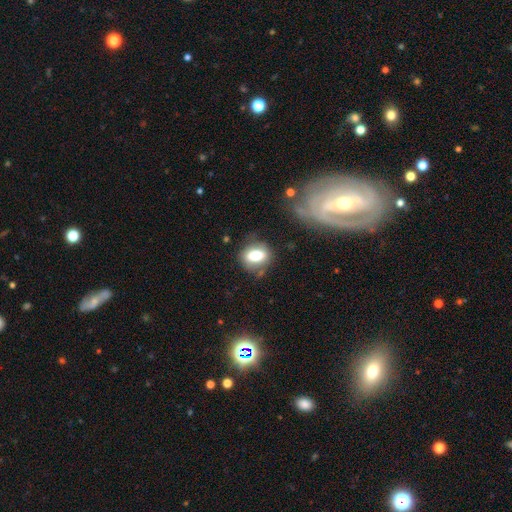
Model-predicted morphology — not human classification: The model was most divided on "how rounded": in between: 65%, round: 32%, cigar-shaped: 3%. More confident: smooth or featured — smooth (75%); merging — none (71%).